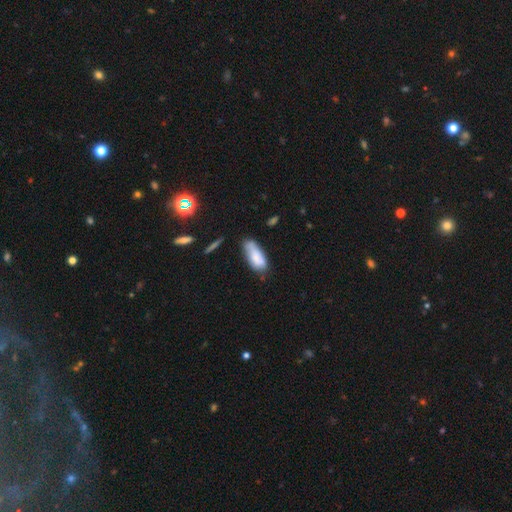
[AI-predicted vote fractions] This appears to be a smooth galaxy with no disk features (74%) that is in between round and cigar-shaped (78%). Merging: none (48%).